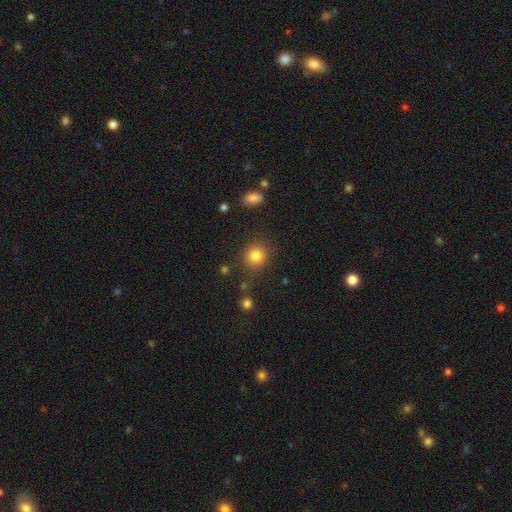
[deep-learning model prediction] Overall: smooth (83%). How rounded: round (86%). Merging: none (83%).